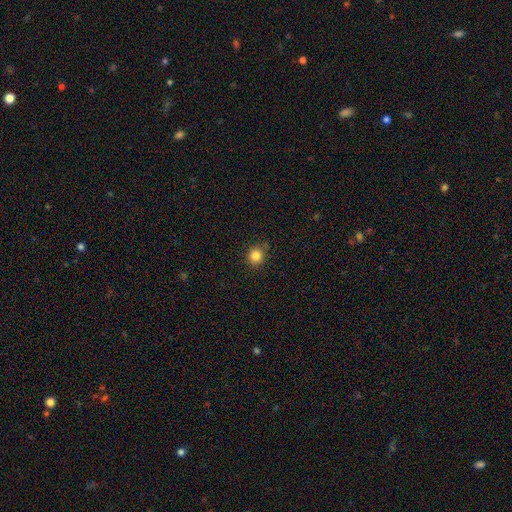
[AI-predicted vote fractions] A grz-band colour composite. It shows a smooth galaxy with no disk features (84%) that is round (85%). Merging: none (83%).